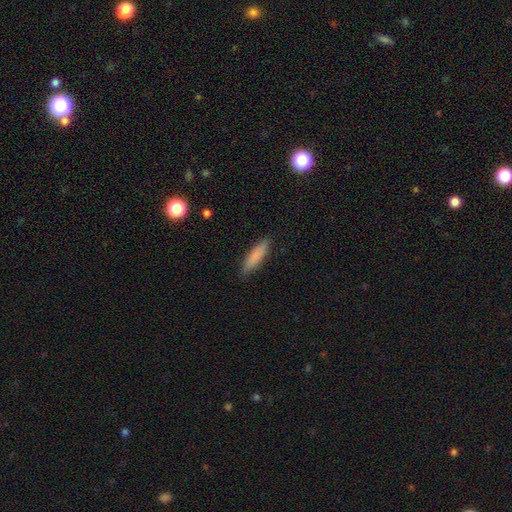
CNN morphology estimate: type=smooth (83%); roundness=cigar-shaped (75%); merging=none (87%).